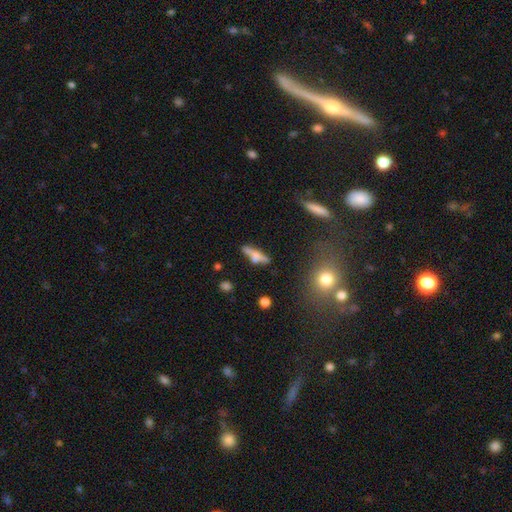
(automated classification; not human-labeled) A smooth galaxy with no disk features (47%).

Vote fractions:
- Smooth or featured? smooth: 47% / featured or disk: 44% / star or artifact: 9%
- Merging? none: 63% / minor disturbance: 17% / merger: 13% / major disturbance: 7%